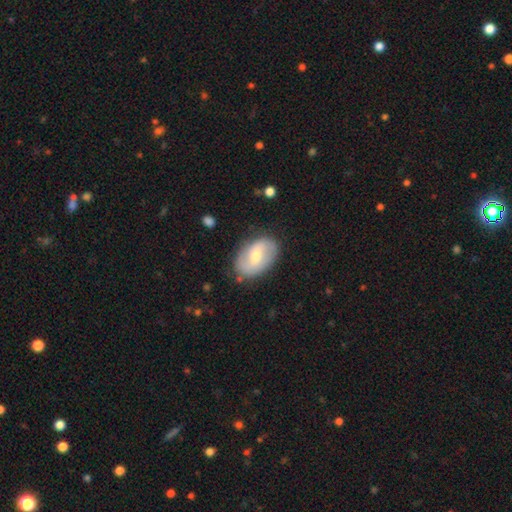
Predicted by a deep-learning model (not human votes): Q: Smooth or featured?
A: featured or disk (54%); runner-up: smooth (40%)
Q: Edge-on disk?
A: no (94%); runner-up: yes (6%)
Q: Bar?
A: weak (47%); runner-up: no (35%)
Q: Spiral arms?
A: yes (67%); runner-up: no (33%)
Q: Bulge size?
A: moderate (60%); runner-up: small (35%)
Q: Merging?
A: none (80%); runner-up: minor disturbance (14%)